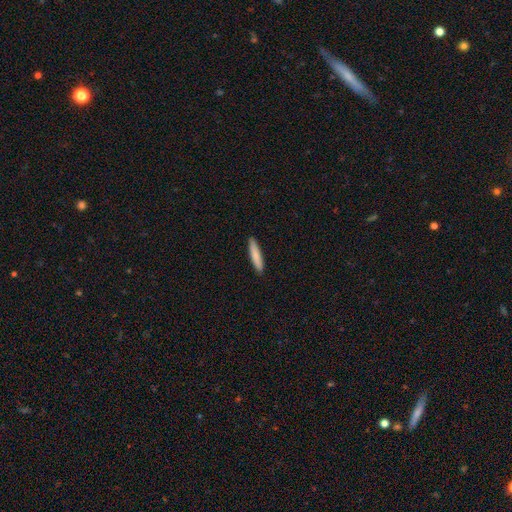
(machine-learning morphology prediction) The model was most divided on "smooth or featured": smooth: 83%, featured or disk: 12%, star or artifact: 6%. More confident: merging — none (91%); how rounded — cigar-shaped (90%).